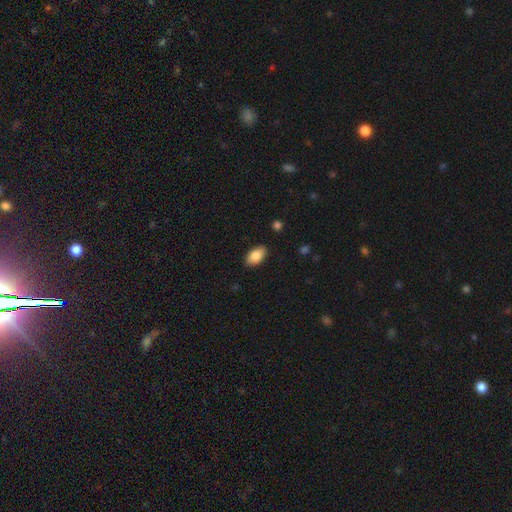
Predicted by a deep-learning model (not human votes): A smooth galaxy with no disk features (84%) that is in between round and cigar-shaped (94%). Merging: none (88%).